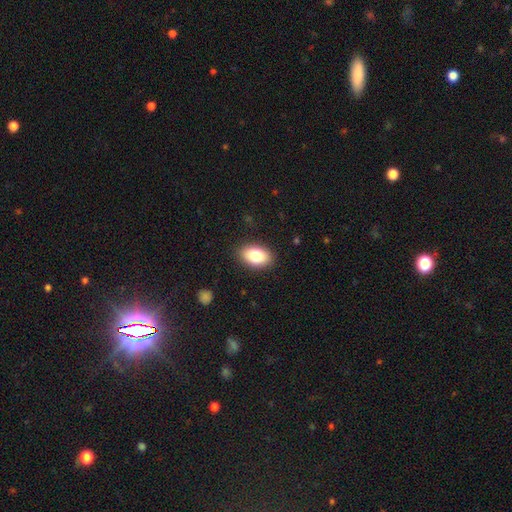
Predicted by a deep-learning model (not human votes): Morphology: type=smooth (84%); roundness=in between (91%); merging=none (87%).